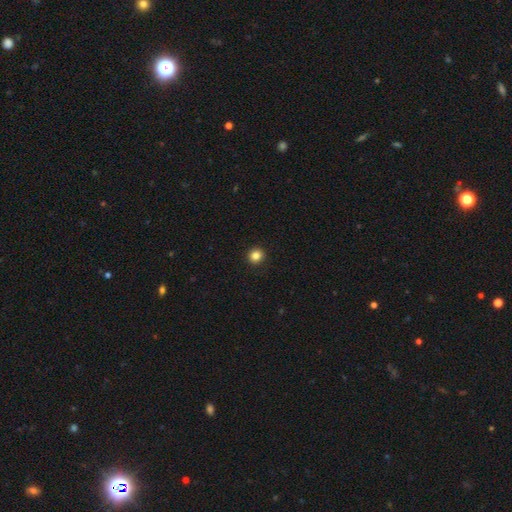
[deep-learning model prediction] This is clearly a smooth galaxy (85%). How rounded: clearly round (91%). Merging: clearly none (93%).